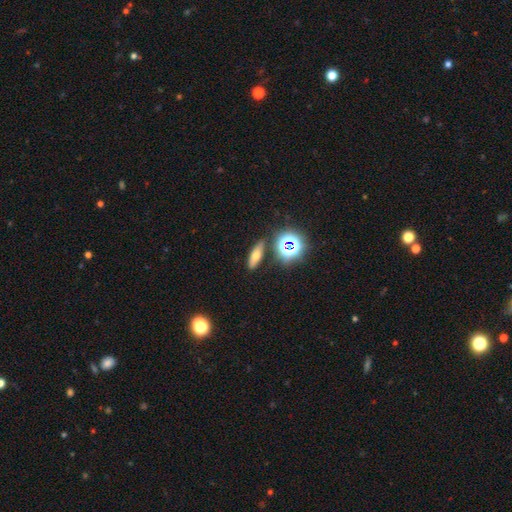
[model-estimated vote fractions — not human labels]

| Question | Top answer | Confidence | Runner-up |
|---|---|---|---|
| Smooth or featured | smooth | 56% | featured or disk (23%) |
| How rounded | in between | 48% | cigar-shaped (39%) |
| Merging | none | 84% | minor disturbance (9%) |